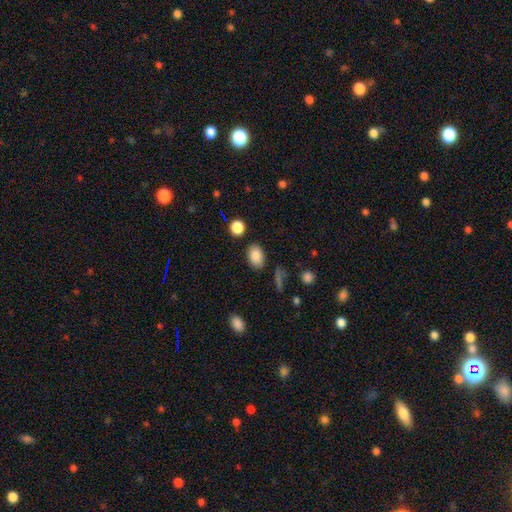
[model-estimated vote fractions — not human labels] Smooth or featured? Predicted: smooth (p=0.86). How rounded? Predicted: in between (p=0.83). Merging? Predicted: none (p=0.83).